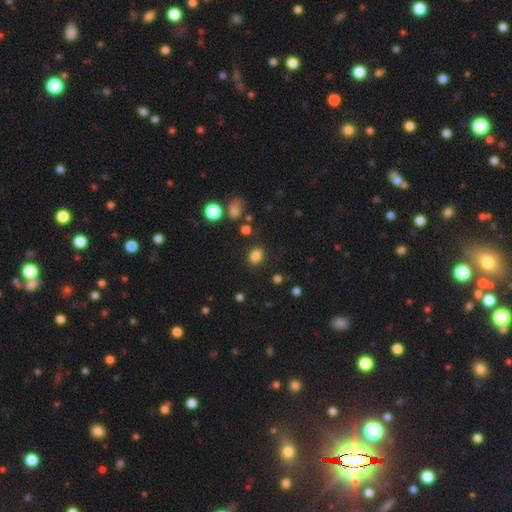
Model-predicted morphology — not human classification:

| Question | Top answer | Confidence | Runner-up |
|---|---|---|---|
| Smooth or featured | smooth | 83% | star or artifact (13%) |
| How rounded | in between | 67% | round (32%) |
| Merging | none | 82% | minor disturbance (11%) |